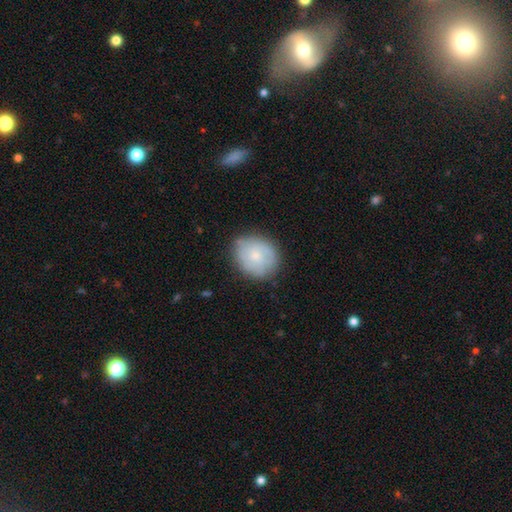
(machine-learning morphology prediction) Q: Smooth or featured?
A: smooth (64%); runner-up: featured or disk (29%)
Q: How rounded?
A: round (74%); runner-up: in between (25%)
Q: Merging?
A: none (78%); runner-up: minor disturbance (17%)